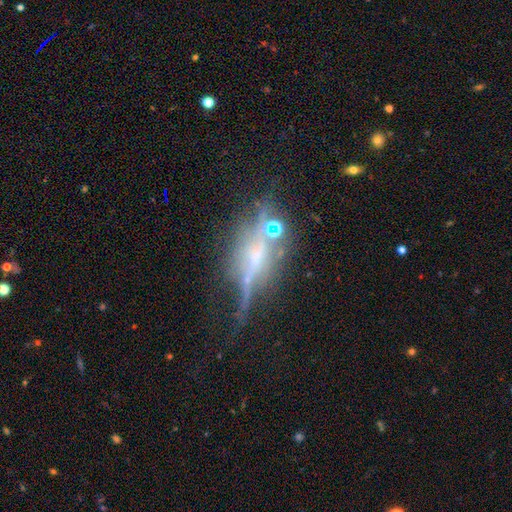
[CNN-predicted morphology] smooth-or-featured: featured or disk: 69% | star or artifact: 17% | smooth: 14%
  disk-edge-on: yes: 81% | no: 19%
    edge-on-bulge: rounded: 67% | boxy: 19% | none: 14%
  merging: none: 55% | minor disturbance: 20% | major disturbance: 15% | merger: 11%